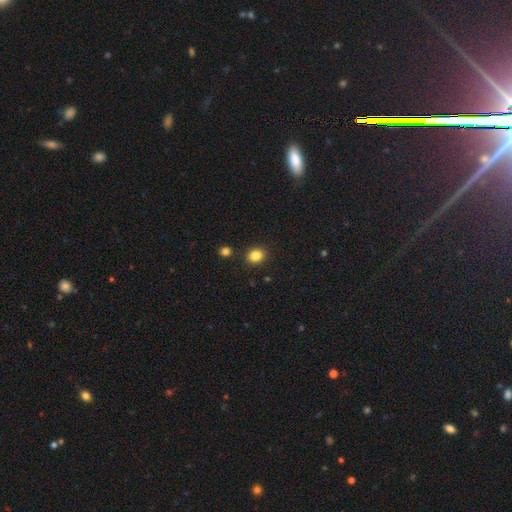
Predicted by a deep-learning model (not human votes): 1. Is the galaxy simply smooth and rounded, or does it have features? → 84% smooth, 11% star or artifact, 5% featured or disk.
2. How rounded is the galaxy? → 63% round, 36% in between, 1% cigar-shaped.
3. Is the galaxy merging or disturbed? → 88% none, 7% minor disturbance, 3% merger, 2% major disturbance.